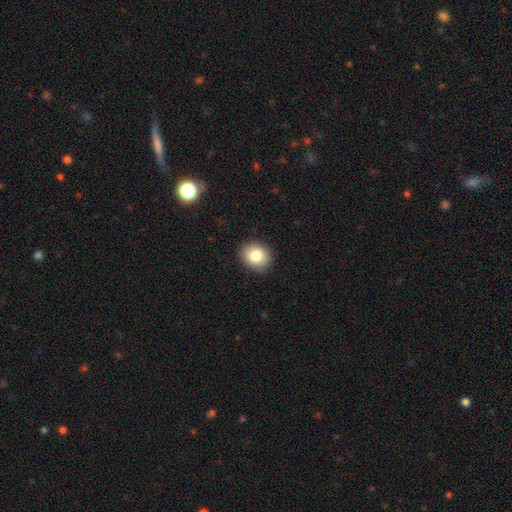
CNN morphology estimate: smooth 83%, star or artifact 9%, featured or disk 8%. Down the decision tree: how rounded — round (60%); merging — none (87%).